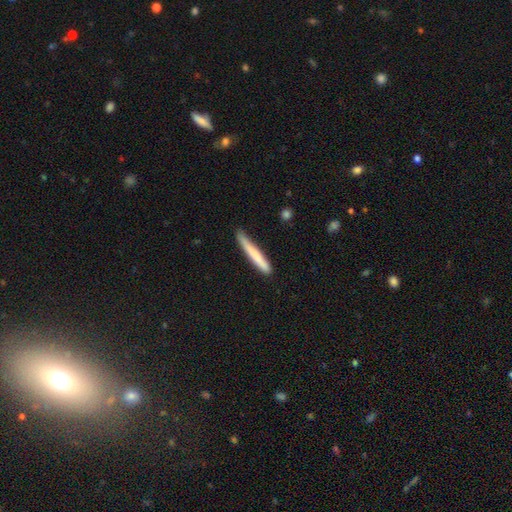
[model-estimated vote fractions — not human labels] Q: Smooth or featured?
A: smooth (73%); runner-up: featured or disk (22%)
Q: How rounded?
A: cigar-shaped (96%); runner-up: in between (3%)
Q: Merging?
A: none (81%); runner-up: minor disturbance (15%)